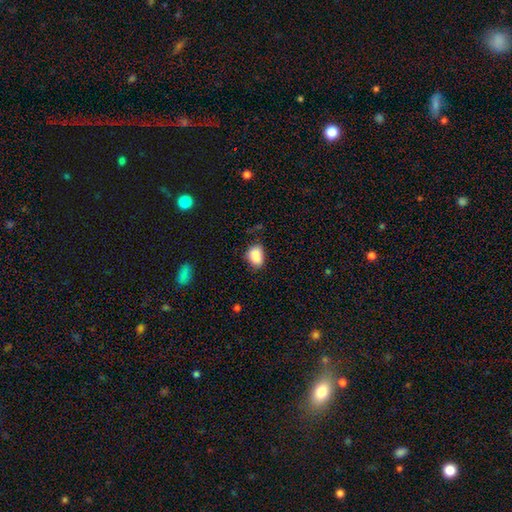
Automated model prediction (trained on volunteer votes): Smooth or featured: smooth — 87% (star or artifact — 8%)
How rounded: in between — 76% (round — 23%)
Merging: none — 62% (minor disturbance — 28%)